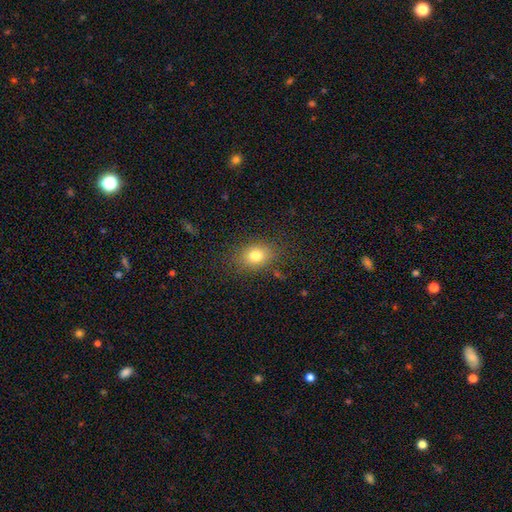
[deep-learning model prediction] A smooth galaxy with no disk features (78%) that is in between round and cigar-shaped (62%). Merging: none (82%).